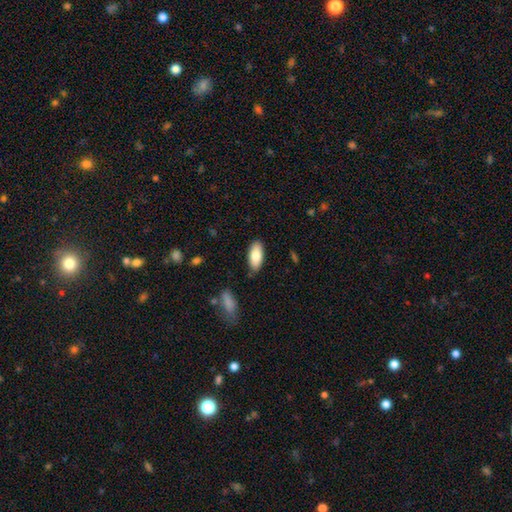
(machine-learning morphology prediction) Smooth or featured? Predicted: smooth (p=0.82). How rounded? Predicted: in between (p=0.88). Merging? Predicted: none (p=0.85).